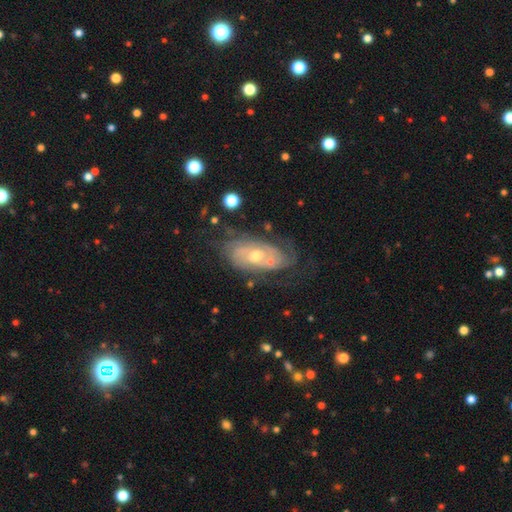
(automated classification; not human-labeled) Overall: featured or disk (80%). Edge-on disk: no (93%). Bar: no (65%; weak 29%). Spiral arms: yes (88%). Spiral arm count: can't tell (44%; 2 33%). Spiral winding: tight (62%; medium 29%). Bulge size: moderate (55%; small 41%). Merging: none (61%; minor disturbance 22%).